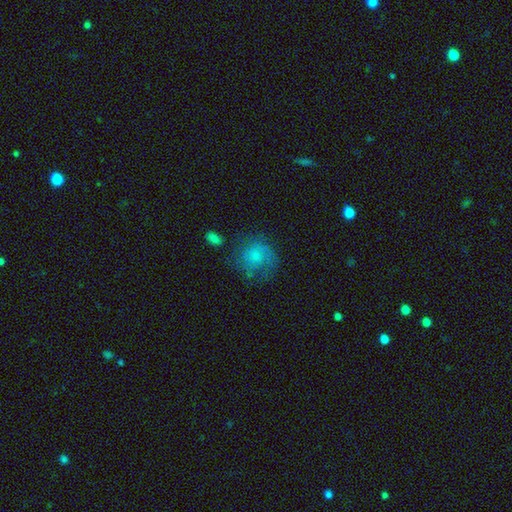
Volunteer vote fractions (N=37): Q: Smooth or featured?
A: smooth (65%); runner-up: featured or disk (27%)
Q: How rounded?
A: round (79%); runner-up: in between (21%)
Q: Merging?
A: none (35%); runner-up: minor disturbance (29%)